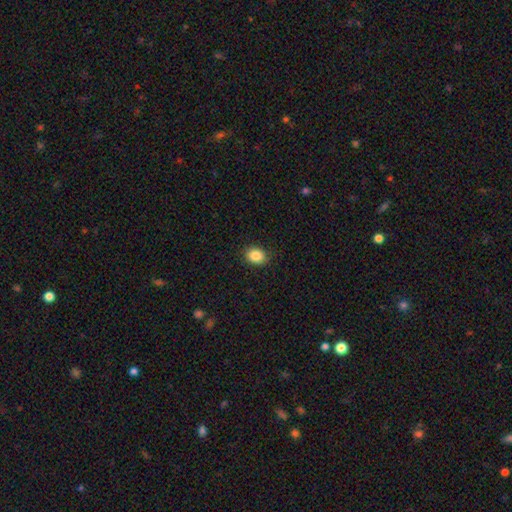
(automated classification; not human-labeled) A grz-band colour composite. It shows a smooth galaxy with no disk features (87%) that is in between round and cigar-shaped (61%). Merging: none (88%).